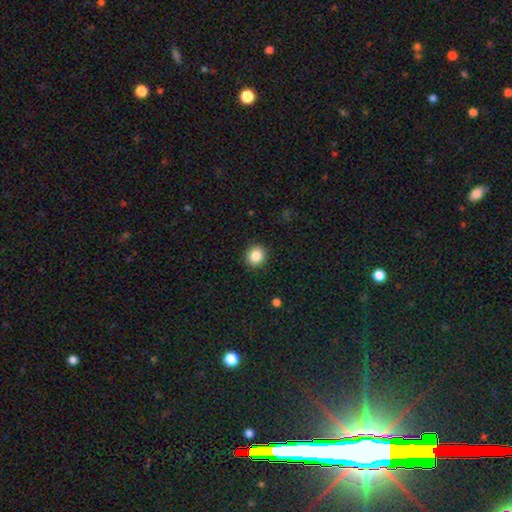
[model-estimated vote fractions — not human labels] Smooth or featured? Predicted: smooth (p=0.85). How rounded? Predicted: round (p=0.86). Merging? Predicted: none (p=0.92).